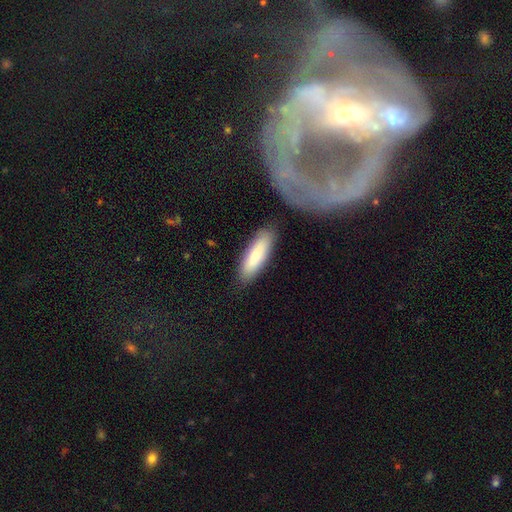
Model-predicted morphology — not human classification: Q: Smooth or featured?
A: smooth (82%); runner-up: featured or disk (13%)
Q: How rounded?
A: cigar-shaped (56%); runner-up: in between (42%)
Q: Merging?
A: none (81%); runner-up: minor disturbance (11%)